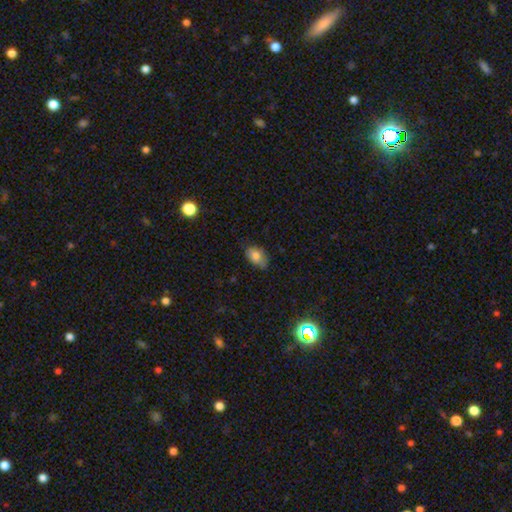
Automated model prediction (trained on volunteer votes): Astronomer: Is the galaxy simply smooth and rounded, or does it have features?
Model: smooth — 79%.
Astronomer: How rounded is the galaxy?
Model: in between — 85%.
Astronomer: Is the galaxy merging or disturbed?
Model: none — 60%.